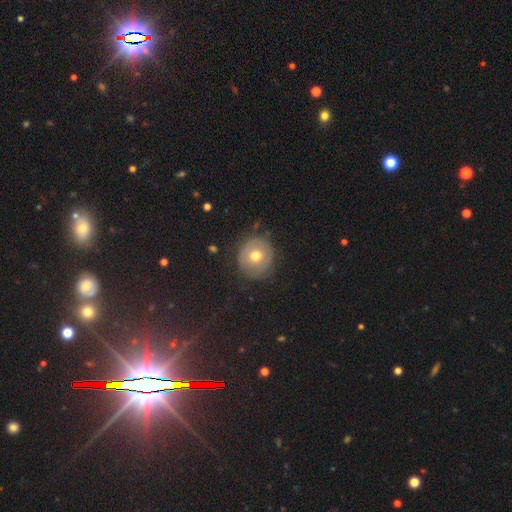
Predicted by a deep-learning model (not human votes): This is likely a smooth galaxy (62%). How rounded: clearly round (85%). Merging: likely none (79%).